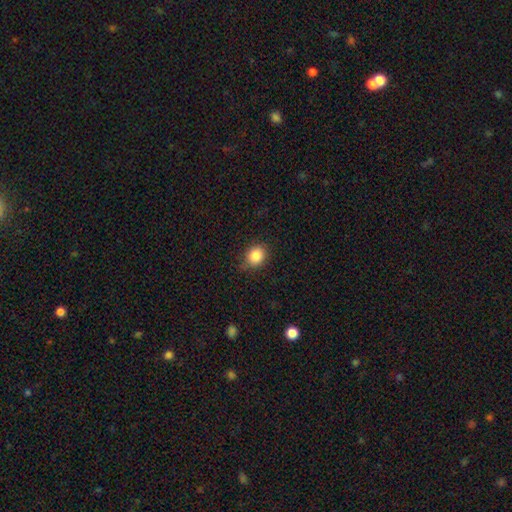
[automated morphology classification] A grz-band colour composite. It shows a smooth galaxy with no disk features (85%) that is round (67%). Merging: none (77%).